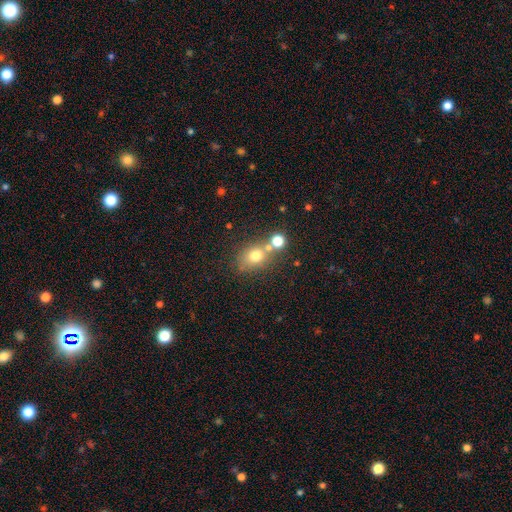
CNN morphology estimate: A smooth galaxy with no disk features (72%) that is round (50%).

Vote fractions:
- Smooth or featured? smooth: 72% / featured or disk: 14% / star or artifact: 14%
- How rounded? round: 50% / in between: 48% / cigar-shaped: 2%
- Merging? none: 57% / merger: 26% / minor disturbance: 12% / major disturbance: 5%